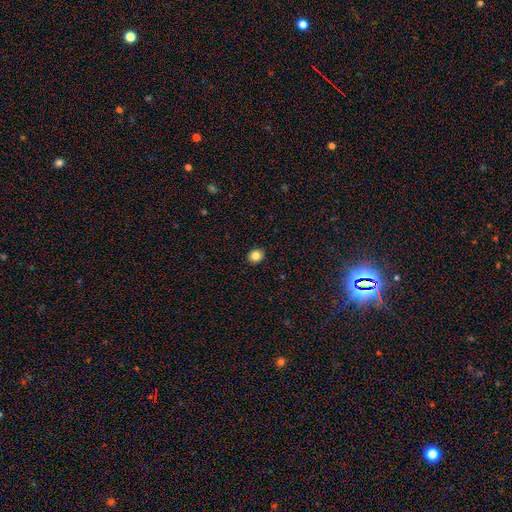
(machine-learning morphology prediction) smooth 85%, star or artifact 11%, featured or disk 5%. Down the decision tree: how rounded — round (78%); merging — none (92%).